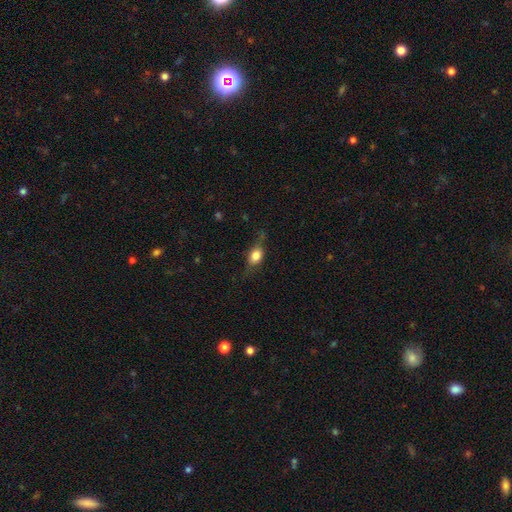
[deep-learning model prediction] A smooth galaxy with no disk features (64%) that is in between round and cigar-shaped (58%).

Vote fractions:
- Smooth or featured? smooth: 64% / featured or disk: 27% / star or artifact: 10%
- How rounded? in between: 58% / round: 33% / cigar-shaped: 9%
- Merging? none: 61% / minor disturbance: 26% / major disturbance: 12% / merger: 2%